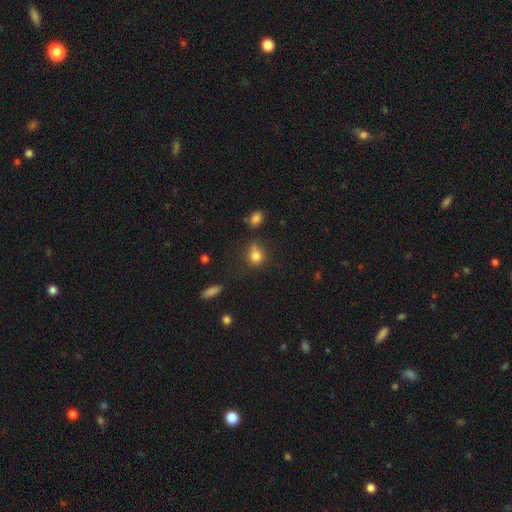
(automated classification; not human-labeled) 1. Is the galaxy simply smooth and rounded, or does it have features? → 79% smooth, 13% star or artifact, 8% featured or disk.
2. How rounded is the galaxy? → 74% round, 25% in between, 1% cigar-shaped.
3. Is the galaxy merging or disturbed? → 57% none, 21% minor disturbance, 14% merger, 8% major disturbance.